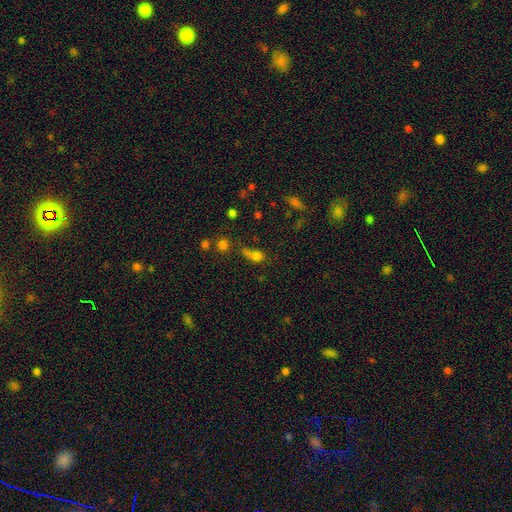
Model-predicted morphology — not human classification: This appears to be a smooth galaxy with no disk features (69%) that is in between round and cigar-shaped (53%). Merging: none (40%).